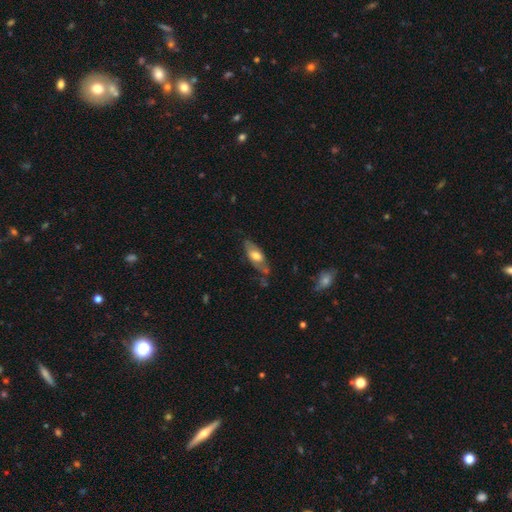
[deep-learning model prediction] Smooth or featured? Predicted: smooth (p=0.49). Merging? Predicted: none (p=0.59).